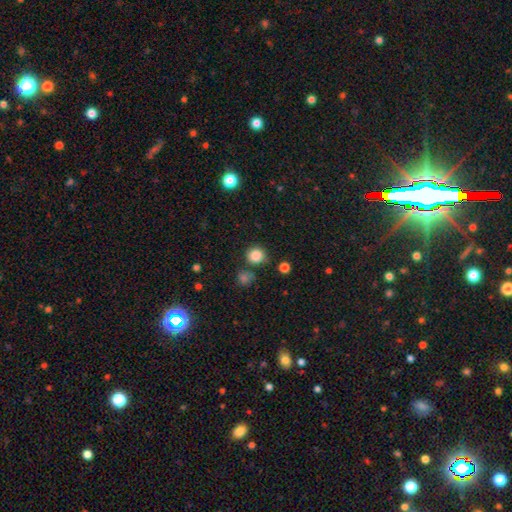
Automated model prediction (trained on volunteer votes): smooth-or-featured: smooth: 84% | star or artifact: 12% | featured or disk: 4%
  how-rounded: round: 91% | in between: 8% | cigar-shaped: 1%
  merging: none: 79% | minor disturbance: 10% | merger: 7% | major disturbance: 3%